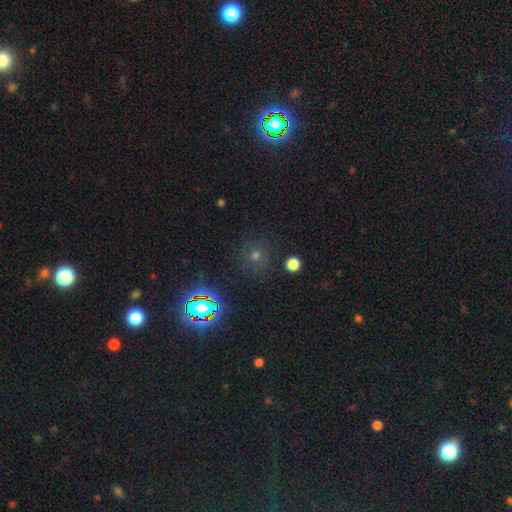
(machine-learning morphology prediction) A star or artifact, not a galaxy (46%).